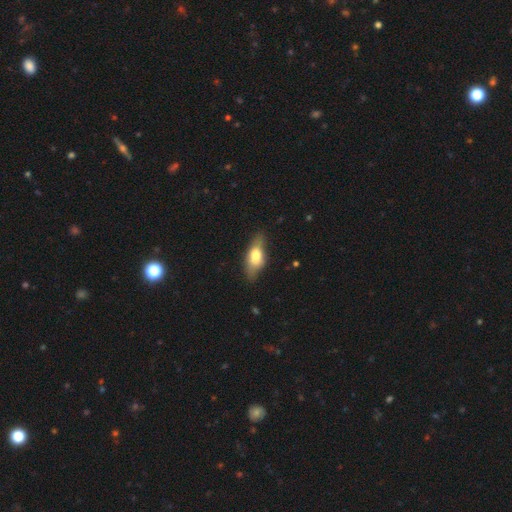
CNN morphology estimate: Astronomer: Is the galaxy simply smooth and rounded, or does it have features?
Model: smooth — 63%.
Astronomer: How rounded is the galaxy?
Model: in between — 75%.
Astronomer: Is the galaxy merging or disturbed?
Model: none — 75%.